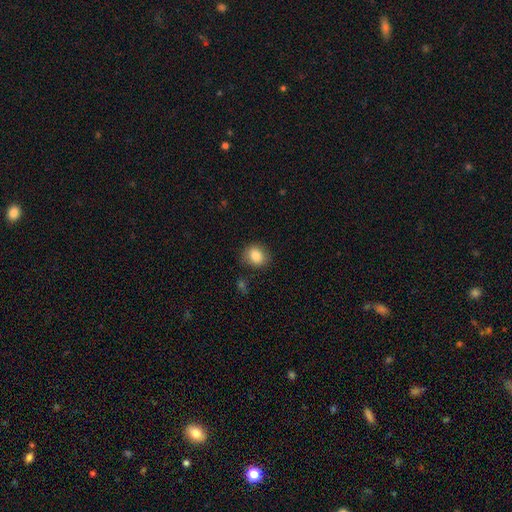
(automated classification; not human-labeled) smooth-or-featured: smooth: 84% | star or artifact: 9% | featured or disk: 7%
  how-rounded: round: 63% | in between: 36% | cigar-shaped: 1%
  merging: none: 80% | minor disturbance: 14% | major disturbance: 4% | merger: 3%